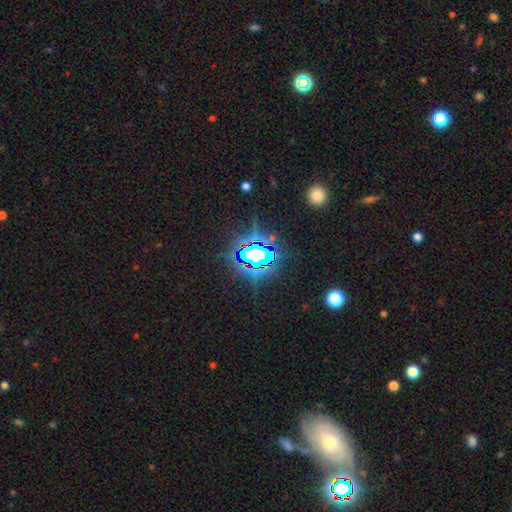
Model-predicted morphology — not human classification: A star or artifact, not a galaxy (75%).

Vote fractions:
- Smooth or featured? star or artifact: 75% / smooth: 14% / featured or disk: 11%